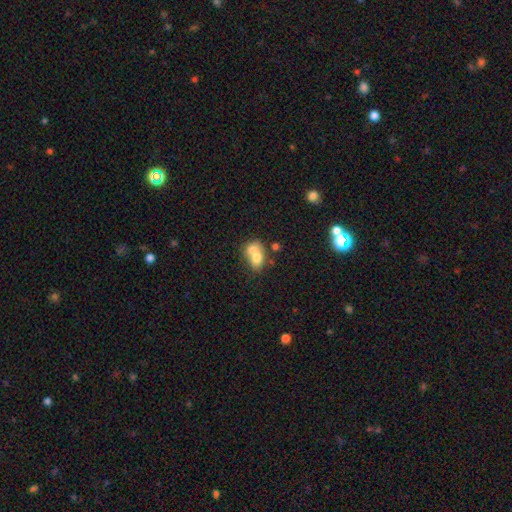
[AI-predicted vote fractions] Smooth or featured: smooth — 69% (featured or disk — 22%)
How rounded: in between — 63% (round — 36%)
Merging: merger — 67% (none — 21%)